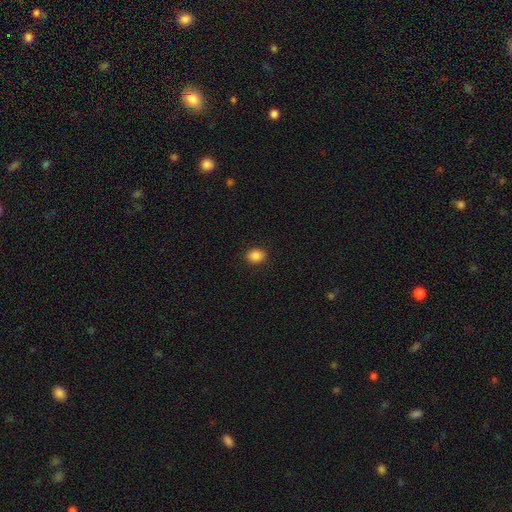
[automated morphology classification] This is clearly a smooth galaxy (86%). How rounded: possibly round (57%). Merging: clearly none (90%).